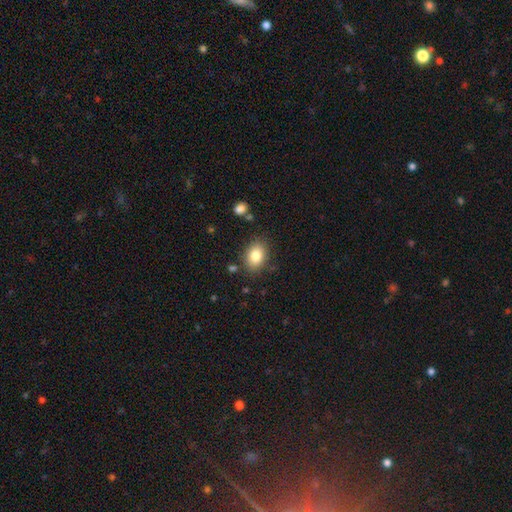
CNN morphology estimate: A smooth galaxy with no disk features (83%) that is in between round and cigar-shaped (76%). Merging: none (82%).